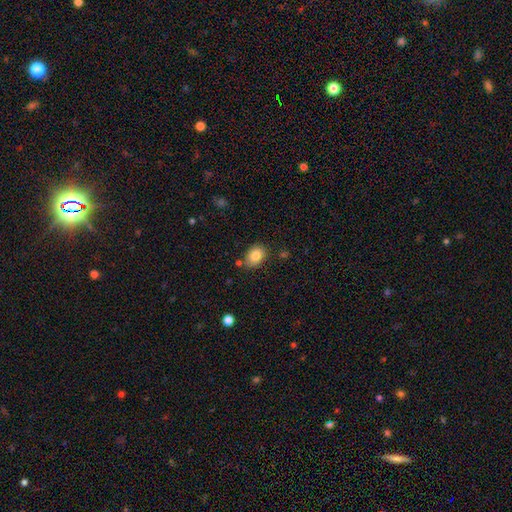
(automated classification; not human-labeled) A smooth galaxy with no disk features (83%) that is in between round and cigar-shaped (66%). Merging: none (78%).